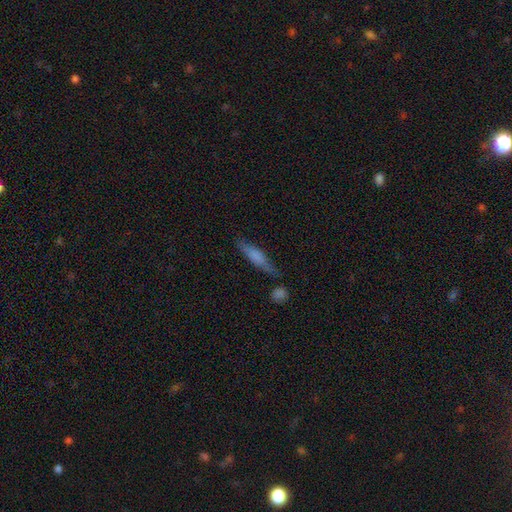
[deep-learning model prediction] Overall: smooth (62%; featured or disk 30%). How rounded: cigar-shaped (78%). Merging: none (67%).